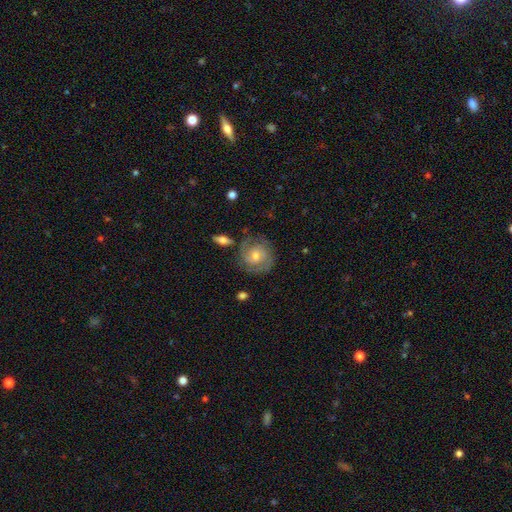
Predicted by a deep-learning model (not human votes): Overall: featured or disk (72%). Edge-on disk: no (97%). Bar: no (63%; weak 31%). Spiral arms: yes (91%). Spiral arm count: 2 (60%; can't tell 20%). Spiral winding: tight (56%; medium 34%). Bulge size: moderate (54%; small 39%). Merging: none (74%).